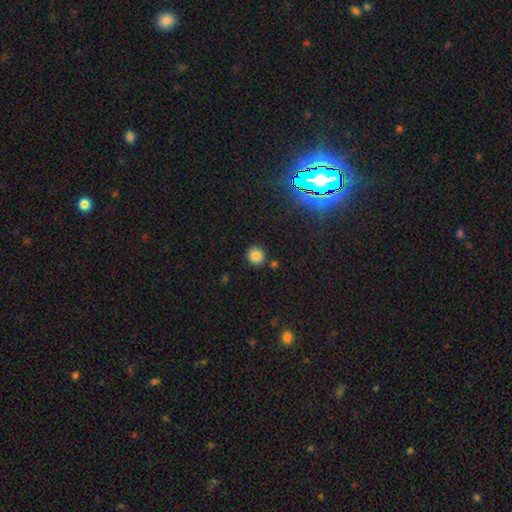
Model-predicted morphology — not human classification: Smooth or featured? smooth (83%)
How rounded? round (91%)
Merging? none (85%)